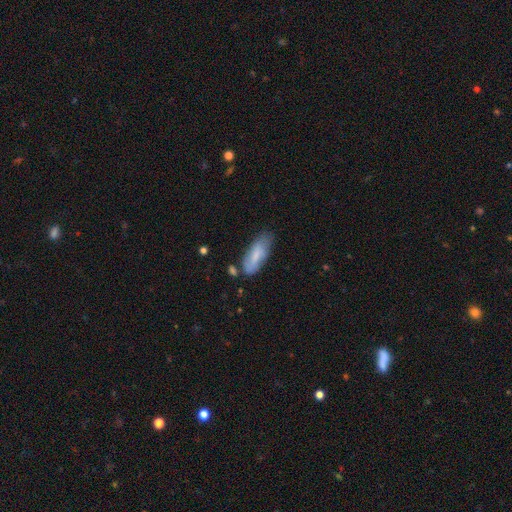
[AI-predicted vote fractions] The model was most divided on "merging": none: 58%, minor disturbance: 29%, major disturbance: 7%, merger: 6%. More confident: how rounded — in between (74%); smooth or featured — smooth (69%).